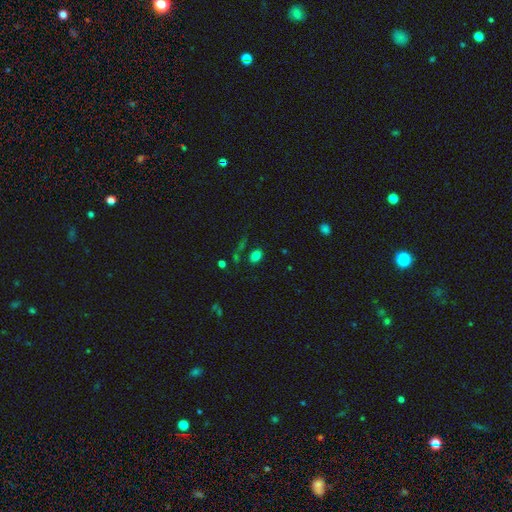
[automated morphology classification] Smooth or featured? Predicted: smooth (p=0.77). How rounded? Predicted: in between (p=0.78). Merging? Predicted: none (p=0.78).